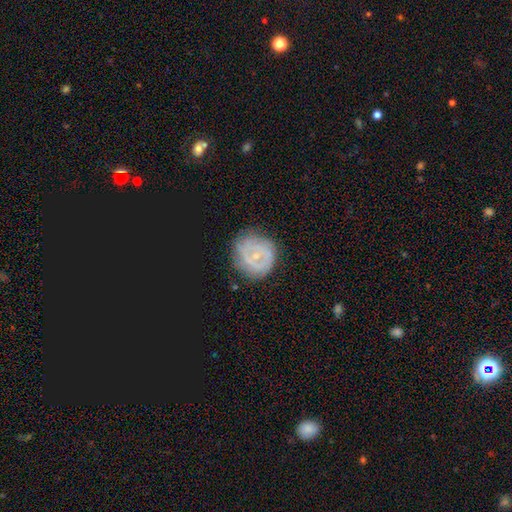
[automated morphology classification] Q: Smooth or featured?
A: featured or disk (62%); runner-up: smooth (27%)
Q: Edge-on disk?
A: no (97%); runner-up: yes (3%)
Q: Bar?
A: no (62%); runner-up: weak (30%)
Q: Spiral arms?
A: yes (70%); runner-up: no (30%)
Q: Bulge size?
A: small (77%); runner-up: moderate (16%)
Q: Merging?
A: none (71%); runner-up: minor disturbance (19%)